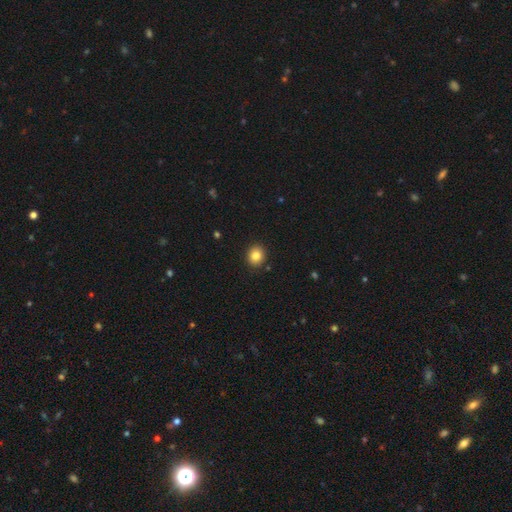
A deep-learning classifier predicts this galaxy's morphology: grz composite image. It shows a smooth galaxy with no disk features (85%) that is round (75%). Merging: none (91%).